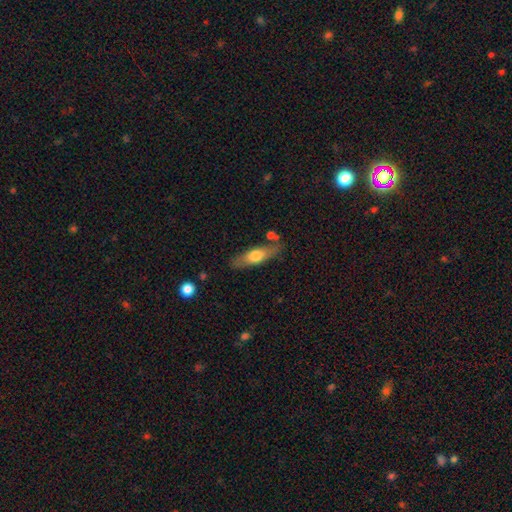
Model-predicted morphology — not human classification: Overall: smooth (54%; featured or disk 40%). How rounded: cigar-shaped (54%; in between 42%). Merging: none (75%).